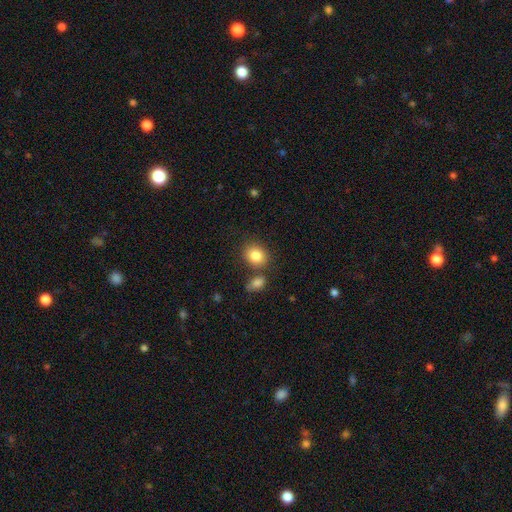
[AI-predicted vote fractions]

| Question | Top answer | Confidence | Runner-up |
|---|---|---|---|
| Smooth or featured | smooth | 84% | star or artifact (9%) |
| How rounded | round | 63% | in between (36%) |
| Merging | none | 71% | merger (14%) |